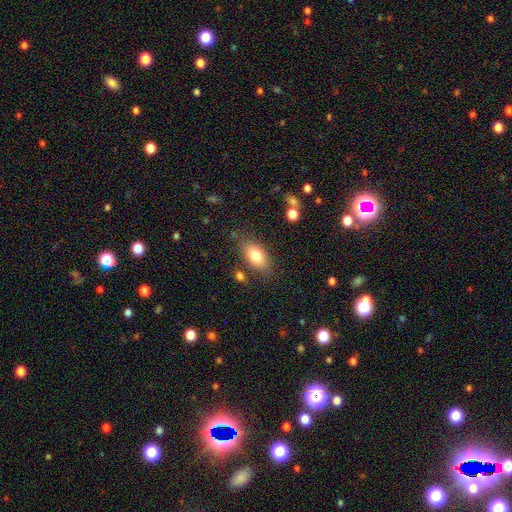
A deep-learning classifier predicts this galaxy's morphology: smooth_or_featured: smooth (p=0.79) [alt: featured or disk p=0.13]
how_rounded: in between (p=0.88) [alt: round p=0.08]
merging: none (p=0.76) [alt: minor disturbance p=0.15]